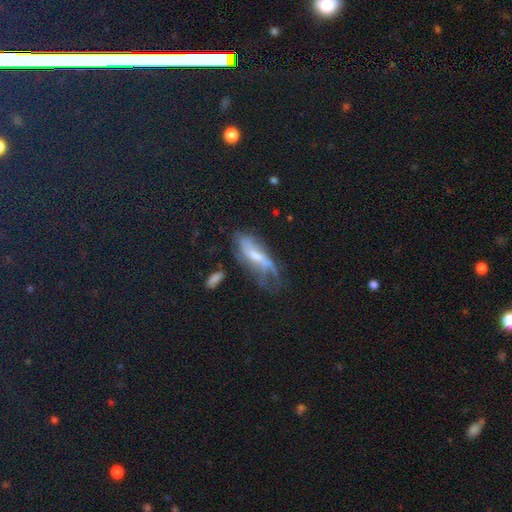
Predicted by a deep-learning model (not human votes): A featured or disk galaxy (59%).

Vote fractions:
- Smooth or featured? featured or disk: 59% / smooth: 30% / star or artifact: 10%
- Edge-on disk? no: 75% / yes: 25%
- Merging? none: 35% / major disturbance: 34% / minor disturbance: 25% / merger: 6%